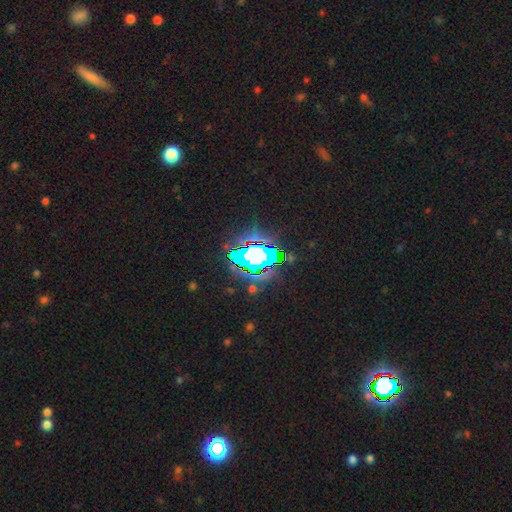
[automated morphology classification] Smooth or featured?
  - star or artifact: 62% *
  - smooth: 19%
  - featured or disk: 18%